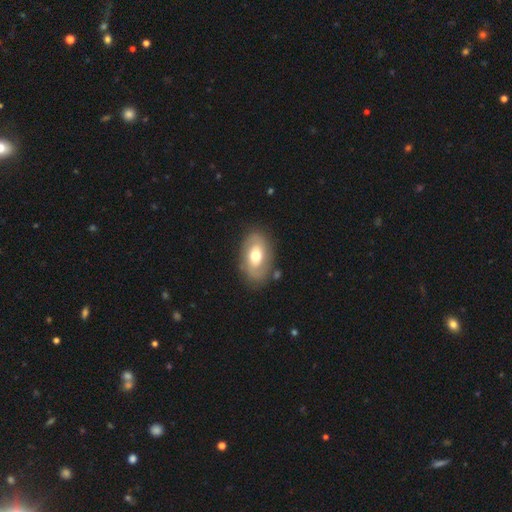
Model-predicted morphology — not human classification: Overall: smooth (49%; featured or disk 45%). Merging: none (78%).